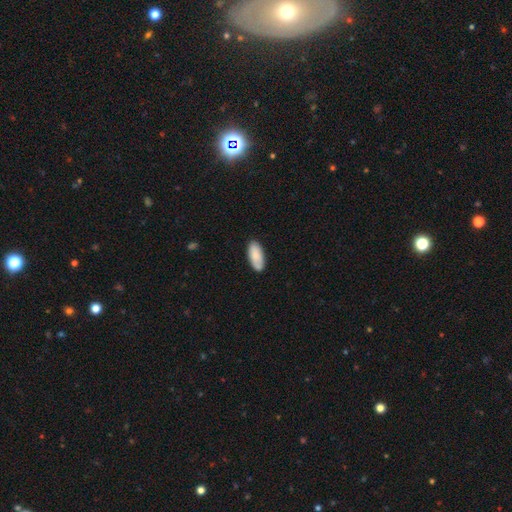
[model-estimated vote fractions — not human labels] Smooth or featured? smooth (84%)
How rounded? in between (87%)
Merging? none (84%)